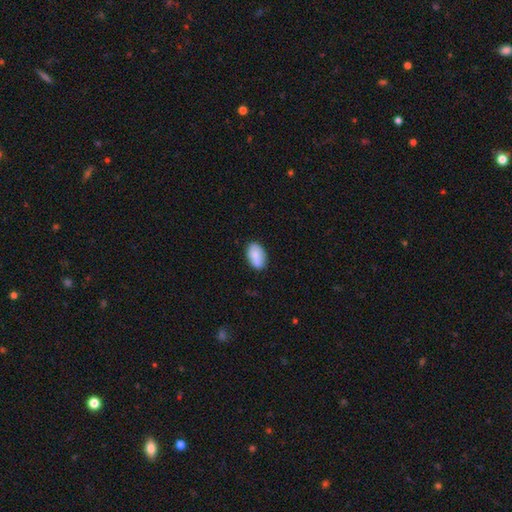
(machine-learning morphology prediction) A smooth galaxy with no disk features (84%) that is in between round and cigar-shaped (92%).

Vote fractions:
- Smooth or featured? smooth: 84% / featured or disk: 9% / star or artifact: 7%
- How rounded? in between: 92% / round: 7% / cigar-shaped: 2%
- Merging? none: 82% / minor disturbance: 14% / major disturbance: 2% / merger: 1%